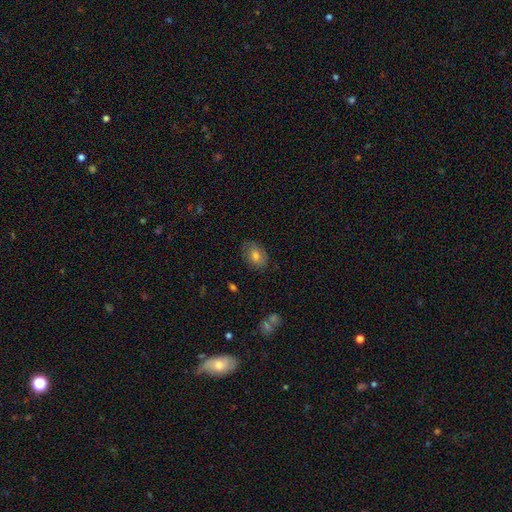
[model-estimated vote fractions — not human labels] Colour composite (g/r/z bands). It shows a smooth galaxy with no disk features (71%) that is in between round and cigar-shaped (75%). Merging: none (81%).